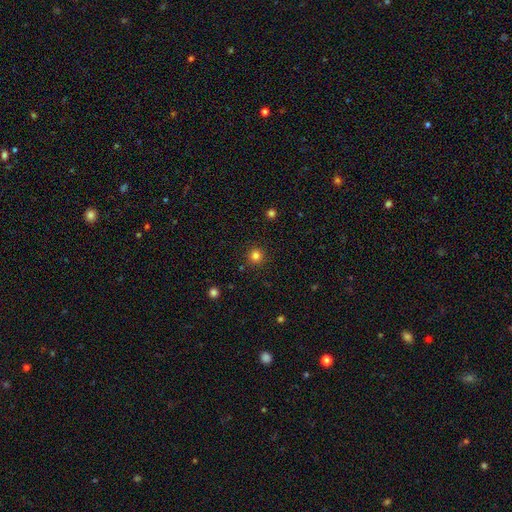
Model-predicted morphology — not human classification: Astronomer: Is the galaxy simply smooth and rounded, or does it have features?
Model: smooth — 81%.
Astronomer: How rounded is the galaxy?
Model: round — 95%.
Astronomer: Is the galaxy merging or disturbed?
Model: none — 91%.